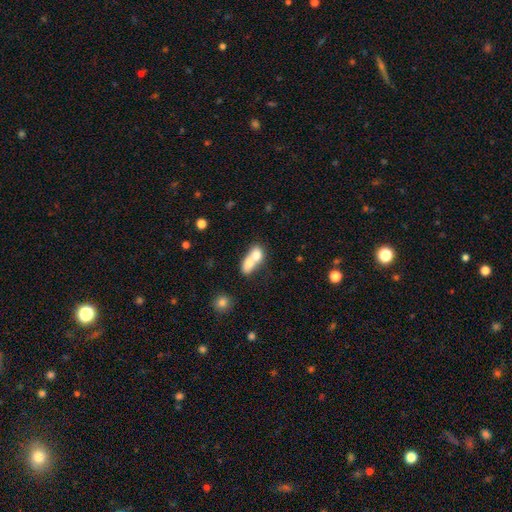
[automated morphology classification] smooth-or-featured: smooth: 70% | featured or disk: 21% | star or artifact: 9%
  how-rounded: in between: 62% | round: 35% | cigar-shaped: 4%
  merging: merger: 77% | none: 15% | minor disturbance: 5% | major disturbance: 3%